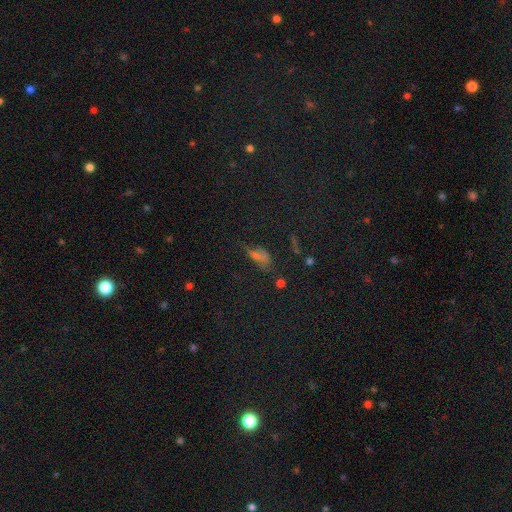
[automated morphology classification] Smooth or featured?
  - star or artifact: 44% *
  - smooth: 39%
  - featured or disk: 16%